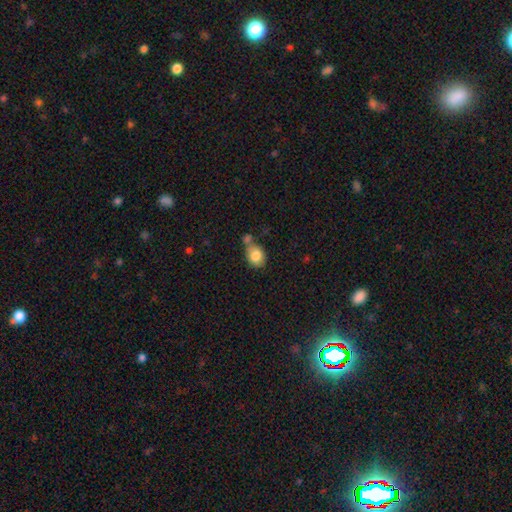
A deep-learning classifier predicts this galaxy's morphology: Smooth or featured?
  - smooth: 82% *
  - featured or disk: 10%
  - star or artifact: 8%
How rounded?
  - in between: 51% *
  - round: 48%
  - cigar-shaped: 1%
Merging?
  - none: 47% *
  - merger: 31%
  - minor disturbance: 17%
  - major disturbance: 6%